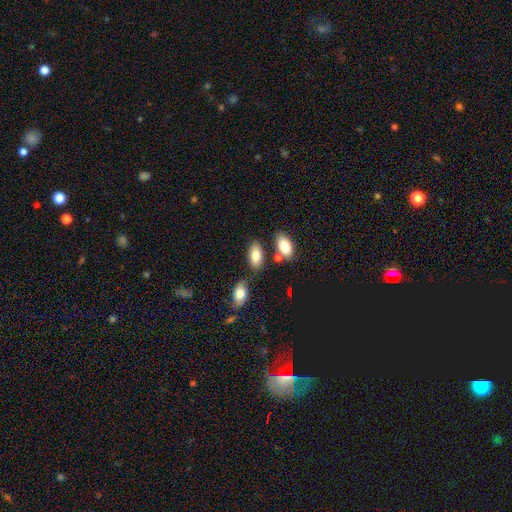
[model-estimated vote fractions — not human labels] This is likely a smooth galaxy (80%). How rounded: clearly in between (92%). Merging: likely none (69%).